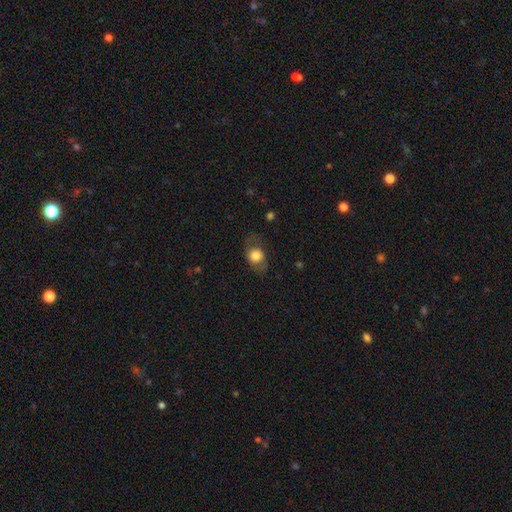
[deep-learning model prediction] A smooth galaxy with no disk features (69%) that is round (52%).

Vote fractions:
- Smooth or featured? smooth: 69% / featured or disk: 23% / star or artifact: 8%
- How rounded? round: 52% / in between: 46% / cigar-shaped: 2%
- Merging? none: 71% / minor disturbance: 17% / major disturbance: 10% / merger: 1%